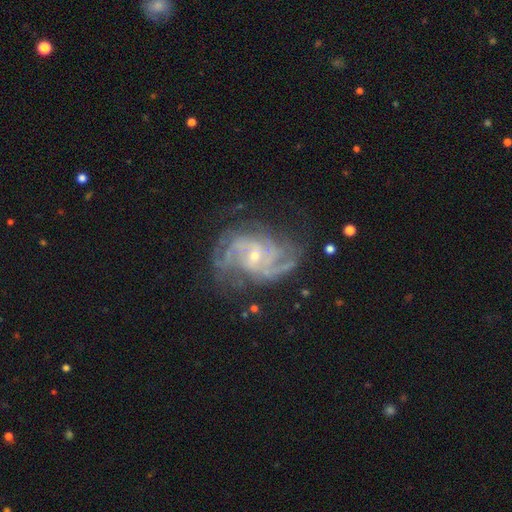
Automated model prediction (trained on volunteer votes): Morphology: type=featured or disk (88%); edge-on=no (97%); bar=no (51%); spiral arms=yes (96%); winding=tight (46%); arm count=can't tell (27%); bulge=small (70%); merging=none (64%).